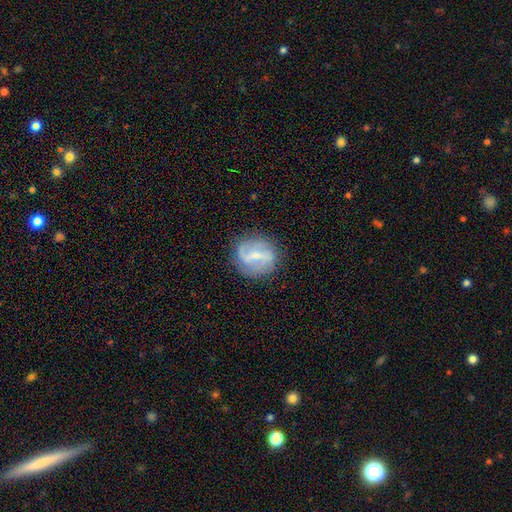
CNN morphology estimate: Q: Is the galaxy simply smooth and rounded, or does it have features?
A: featured or disk — 73%.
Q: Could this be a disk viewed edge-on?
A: no — 97%.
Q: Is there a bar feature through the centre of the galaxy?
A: weak — 46%.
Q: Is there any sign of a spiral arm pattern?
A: yes — 83%.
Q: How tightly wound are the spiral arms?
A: loose — 45%.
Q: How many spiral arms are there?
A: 2 — 80%.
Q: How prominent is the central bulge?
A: small — 59%.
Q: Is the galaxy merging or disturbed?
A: none — 77%.